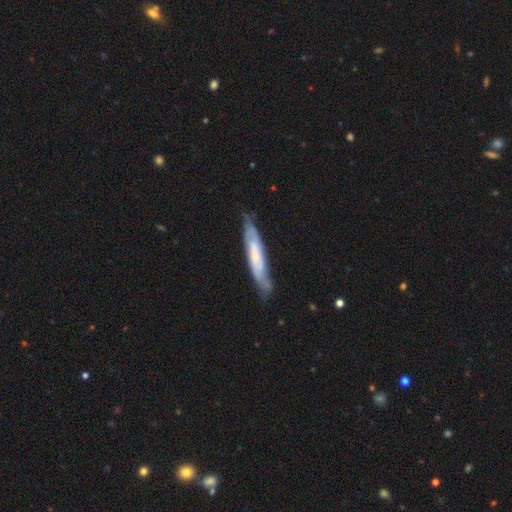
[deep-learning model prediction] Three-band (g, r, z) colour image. It shows a featured or disk galaxy (58%) viewed edge-on (54%). Merging: none (73%).